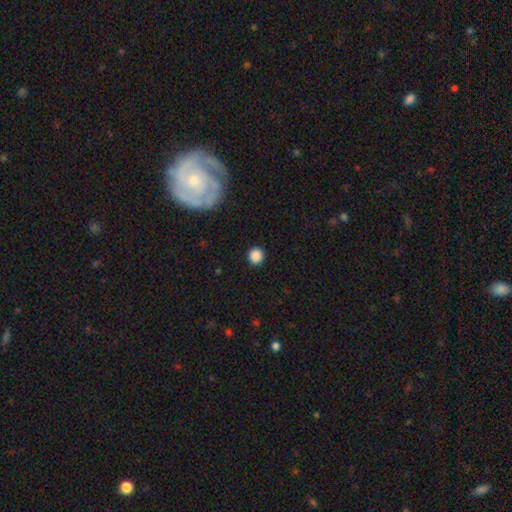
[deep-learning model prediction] smooth_or_featured: smooth (p=0.87) [alt: star or artifact p=0.10]
how_rounded: round (p=0.93) [alt: in between p=0.06]
merging: none (p=0.92) [alt: minor disturbance p=0.05]